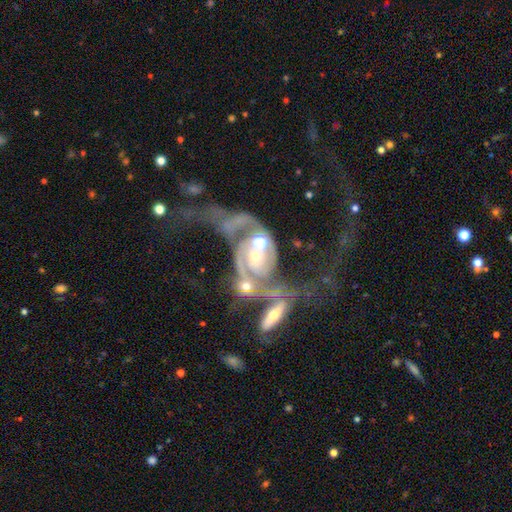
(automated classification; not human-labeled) smooth-or-featured: featured or disk: 84% | smooth: 8% | star or artifact: 7%
  disk-edge-on: no: 95% | yes: 5%
    bar: no: 67% | weak: 23% | strong: 10%
    has-spiral-arms: yes: 92% | no: 8%
      spiral-winding: medium: 41% | loose: 34% | tight: 25%
      spiral-arm-count: 2: 73% | can't tell: 13% | 1: 5% | 3: 4% | 4: 2% | more than 4: 2%
    bulge-size: moderate: 51% | small: 37% | large: 7% | none: 4% | dominant: 2%
  merging: merger: 57% | major disturbance: 23% | none: 13% | minor disturbance: 8%